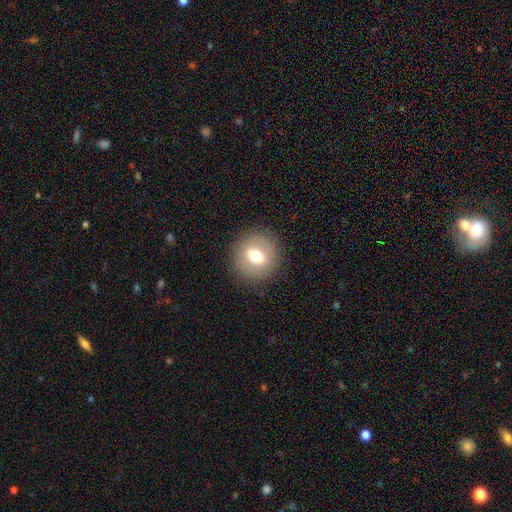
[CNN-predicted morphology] Smooth or featured: smooth — 64% (featured or disk — 26%)
How rounded: round — 86% (in between — 13%)
Merging: none — 88% (minor disturbance — 8%)